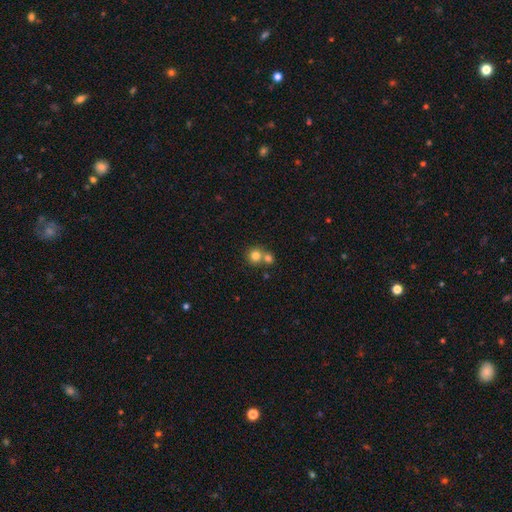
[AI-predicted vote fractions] smooth_or_featured: smooth (p=0.79) [alt: star or artifact p=0.12]
how_rounded: round (p=0.89) [alt: in between p=0.10]
merging: none (p=0.47) [alt: merger p=0.44]